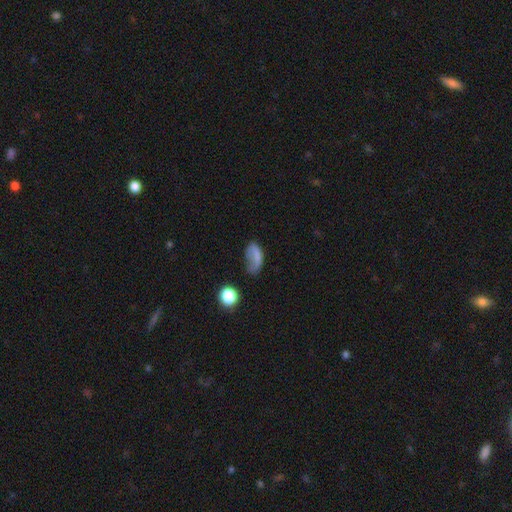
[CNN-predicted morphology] This is likely a smooth galaxy (68%). How rounded: clearly in between (86%). Merging: marginally none (35%).